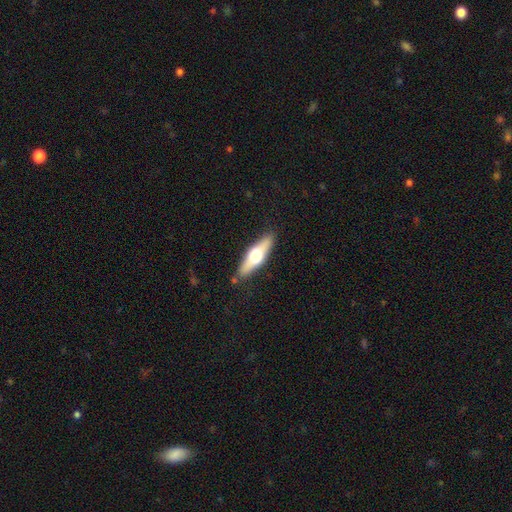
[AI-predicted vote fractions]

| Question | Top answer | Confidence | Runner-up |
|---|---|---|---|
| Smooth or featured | featured or disk | 53% | smooth (42%) |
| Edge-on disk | yes | 90% | no (10%) |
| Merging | none | 85% | minor disturbance (11%) |